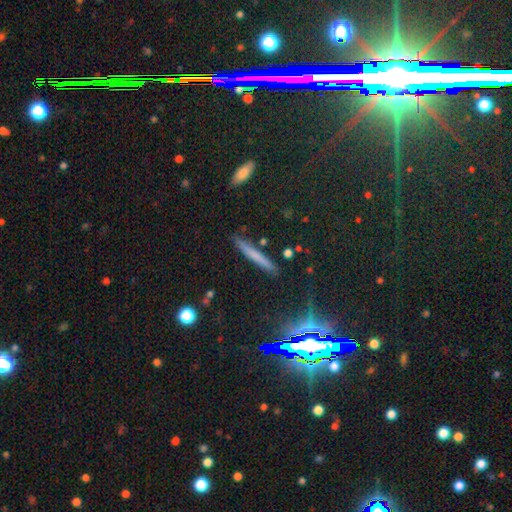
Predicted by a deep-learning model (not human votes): Smooth or featured?
  - smooth: 59% *
  - featured or disk: 25%
  - star or artifact: 16%
How rounded?
  - cigar-shaped: 94% *
  - in between: 4%
  - round: 3%
Merging?
  - none: 86% *
  - minor disturbance: 10%
  - major disturbance: 2%
  - merger: 2%